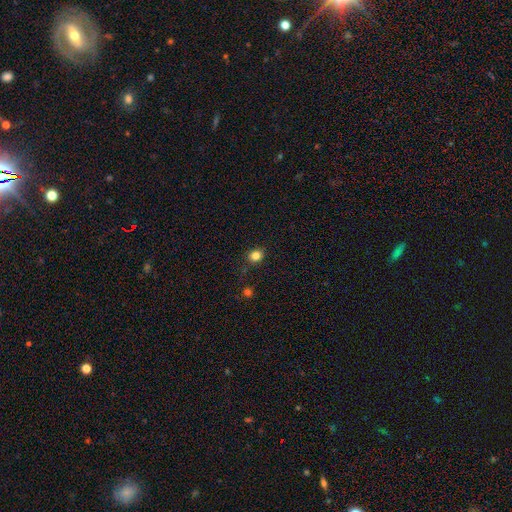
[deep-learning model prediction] smooth 82%, star or artifact 13%, featured or disk 5%. Down the decision tree: how rounded — round (77%); merging — none (87%).